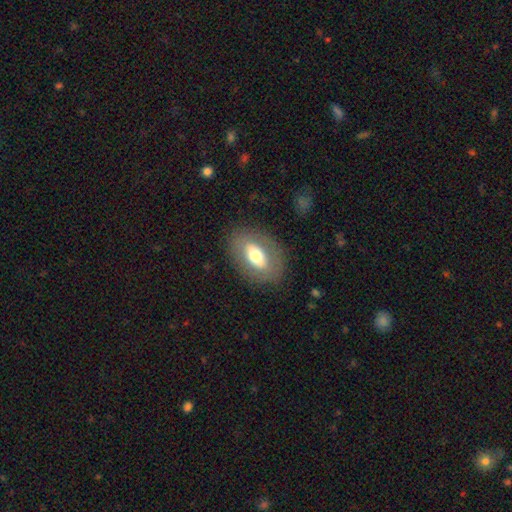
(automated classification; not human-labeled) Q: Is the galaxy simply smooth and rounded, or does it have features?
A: smooth — 55%.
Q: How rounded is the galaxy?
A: in between — 85%.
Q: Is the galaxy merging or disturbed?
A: none — 82%.